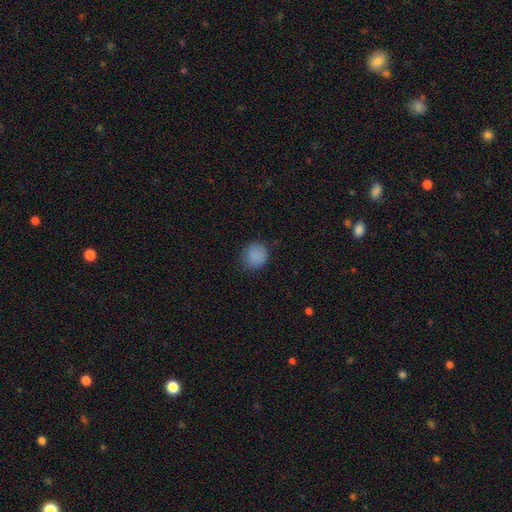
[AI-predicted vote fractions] A smooth galaxy with no disk features (86%) that is round (84%). Merging: none (79%).